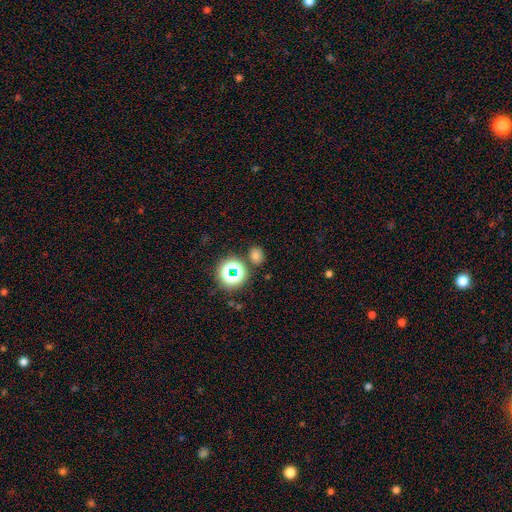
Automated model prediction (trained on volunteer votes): Overall: smooth (66%). How rounded: round (64%; in between 35%). Merging: none (80%).